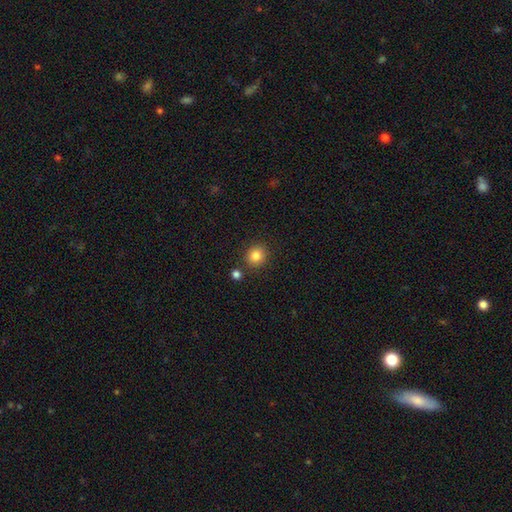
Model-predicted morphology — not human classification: Smooth or featured: smooth — 84% (star or artifact — 11%)
How rounded: round — 85% (in between — 14%)
Merging: none — 85% (minor disturbance — 7%)